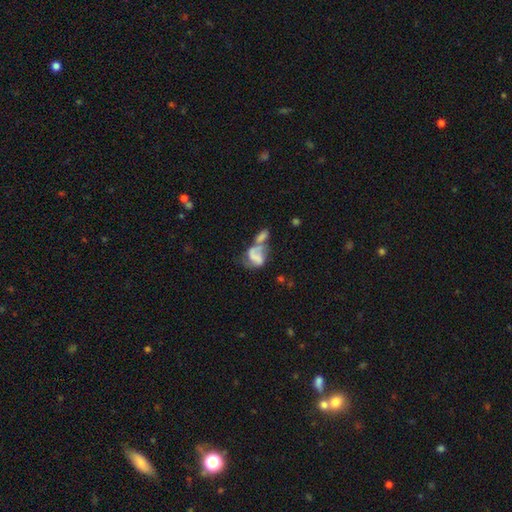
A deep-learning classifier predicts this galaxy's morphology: featured or disk 51%, smooth 39%, star or artifact 10%. Down the decision tree: edge-on disk — no (97%); merging — merger (52%).